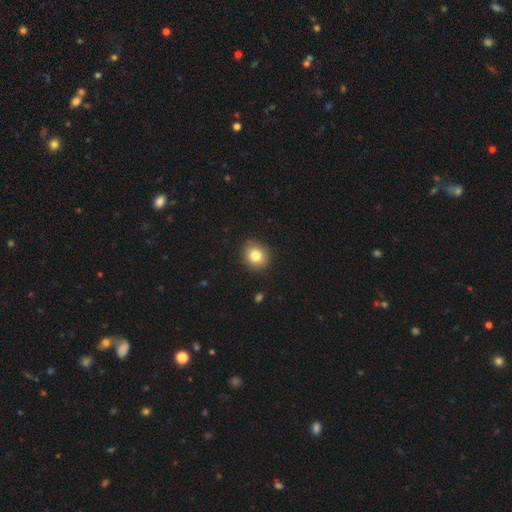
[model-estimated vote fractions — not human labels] Smooth or featured? Predicted: smooth (p=0.82). How rounded? Predicted: round (p=0.69). Merging? Predicted: none (p=0.89).